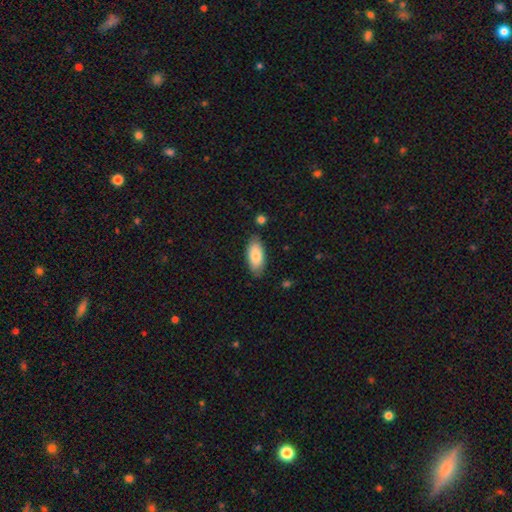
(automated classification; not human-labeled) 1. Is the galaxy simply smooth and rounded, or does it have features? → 80% smooth, 14% featured or disk, 6% star or artifact.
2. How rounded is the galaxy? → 89% in between, 9% cigar-shaped, 2% round.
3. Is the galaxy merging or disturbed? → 81% none, 14% minor disturbance, 3% major disturbance, 3% merger.